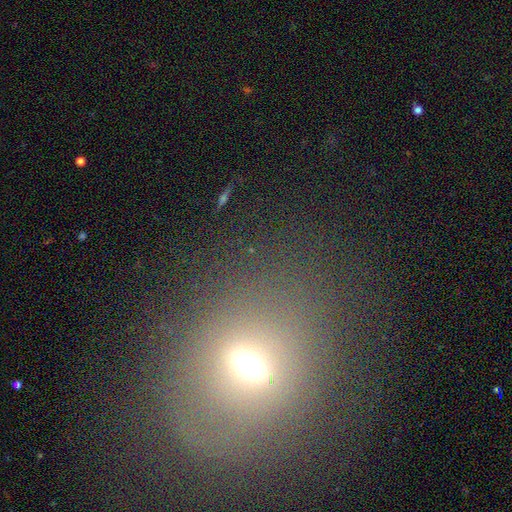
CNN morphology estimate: A smooth galaxy with no disk features (45%).

Vote fractions:
- Smooth or featured? smooth: 45% / star or artifact: 28% / featured or disk: 27%
- Merging? none: 71% / minor disturbance: 14% / major disturbance: 9% / merger: 5%